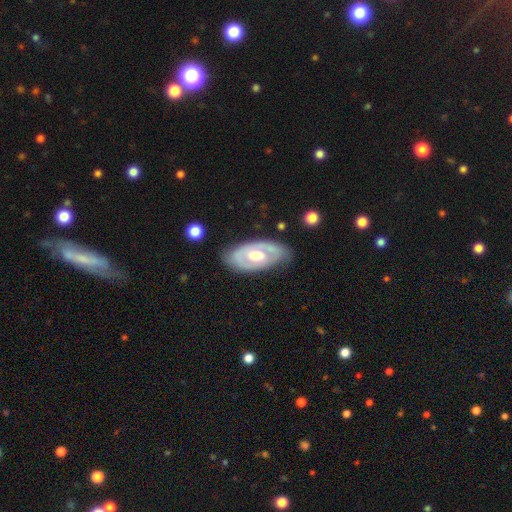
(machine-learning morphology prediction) type=featured or disk (68%); edge-on=no (89%); bar=no (60%); spiral arms=no (59%); bulge=moderate (67%); merging=none (75%).